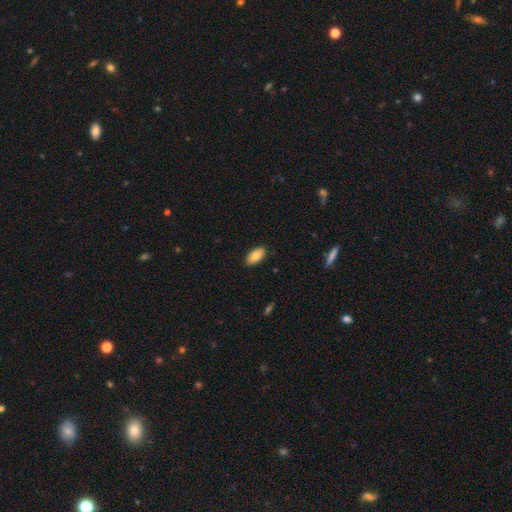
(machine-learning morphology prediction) type=smooth (86%); roundness=in between (91%); merging=none (89%).